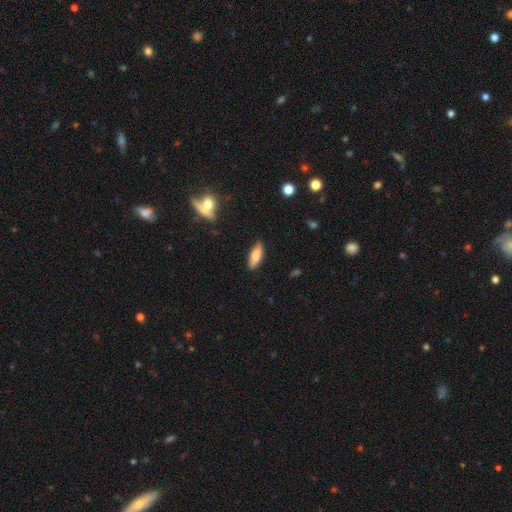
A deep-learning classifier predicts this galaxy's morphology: Smooth or featured?
  - smooth: 76% *
  - featured or disk: 18%
  - star or artifact: 6%
How rounded?
  - in between: 59% *
  - cigar-shaped: 39%
  - round: 2%
Merging?
  - none: 83% *
  - minor disturbance: 13%
  - major disturbance: 2%
  - merger: 1%